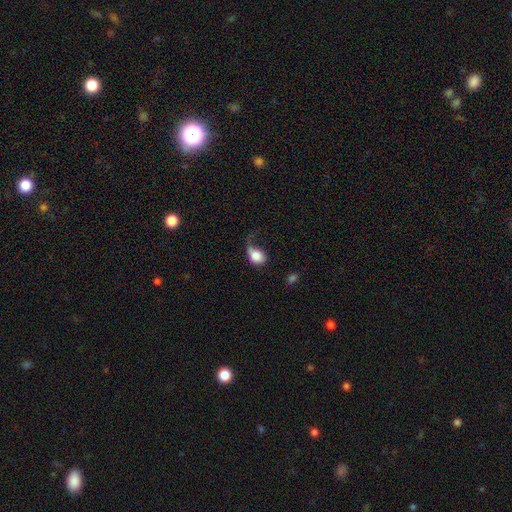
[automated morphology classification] This is likely a smooth galaxy (76%). How rounded: possibly round (52%). Merging: possibly major disturbance (48%).